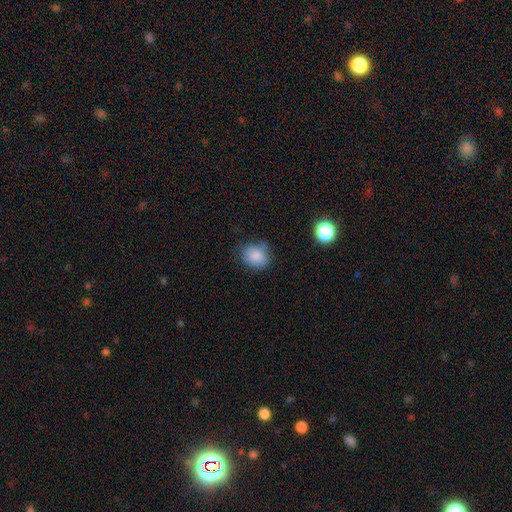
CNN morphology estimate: Smooth or featured: smooth — 85% (star or artifact — 9%)
How rounded: round — 50% (in between — 49%)
Merging: none — 68% (minor disturbance — 23%)